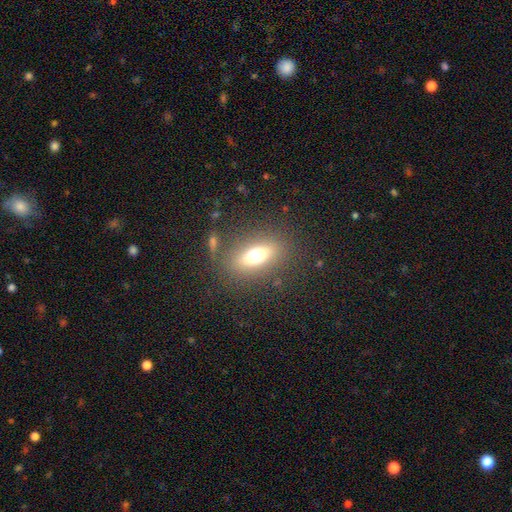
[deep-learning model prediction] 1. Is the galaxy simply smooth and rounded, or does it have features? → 63% smooth, 25% featured or disk, 13% star or artifact.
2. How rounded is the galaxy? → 71% in between, 15% cigar-shaped, 14% round.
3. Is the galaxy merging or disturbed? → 80% none, 10% minor disturbance, 6% major disturbance, 3% merger.